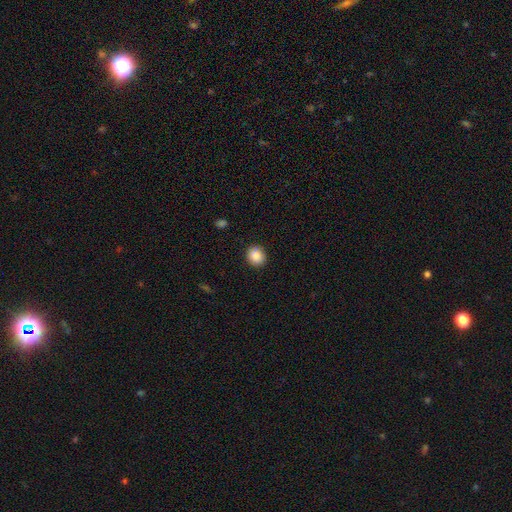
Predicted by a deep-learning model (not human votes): This appears to be a smooth galaxy with no disk features (87%) that is round (82%). Merging: none (88%).